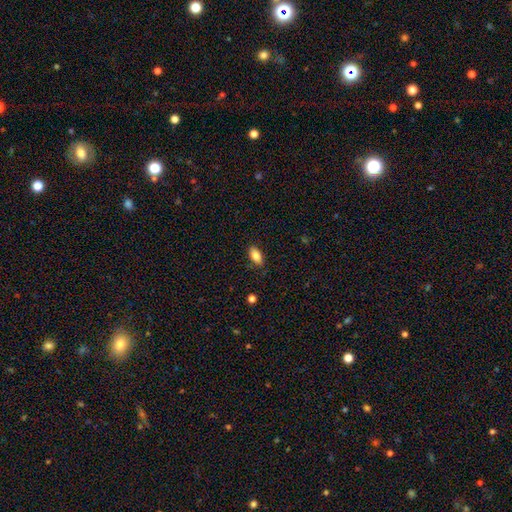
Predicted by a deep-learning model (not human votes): smooth 84%, featured or disk 8%, star or artifact 8%. Down the decision tree: how rounded — in between (89%); merging — none (85%).